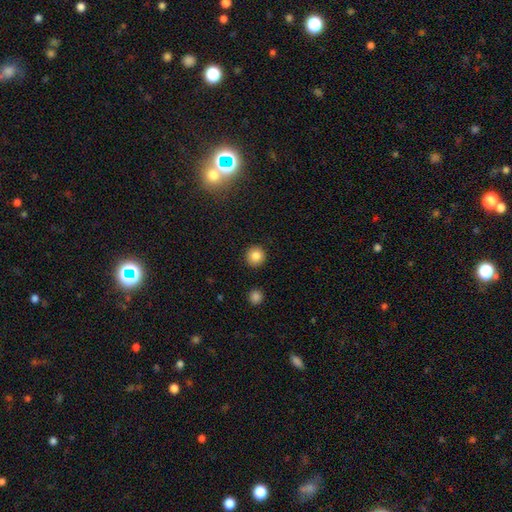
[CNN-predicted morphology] A smooth galaxy with no disk features (85%) that is round (94%).

Vote fractions:
- Smooth or featured? smooth: 85% / star or artifact: 10% / featured or disk: 5%
- How rounded? round: 94% / in between: 5% / cigar-shaped: 1%
- Merging? none: 92% / minor disturbance: 5% / major disturbance: 2% / merger: 1%